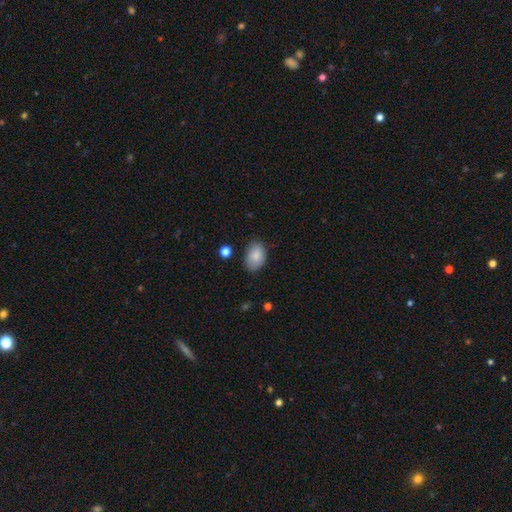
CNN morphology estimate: The model was most divided on "merging": none: 78%, minor disturbance: 17%, major disturbance: 3%, merger: 2%. More confident: how rounded — in between (87%); smooth or featured — smooth (86%).